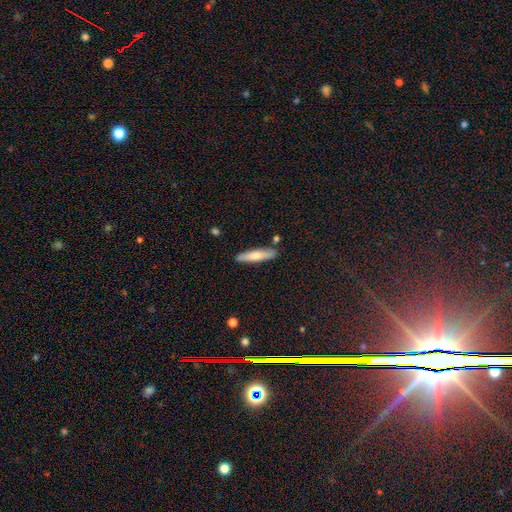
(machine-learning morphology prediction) smooth_or_featured: smooth (p=0.66) [alt: featured or disk p=0.28]
how_rounded: cigar-shaped (p=0.84) [alt: in between p=0.15]
merging: none (p=0.84) [alt: minor disturbance p=0.10]